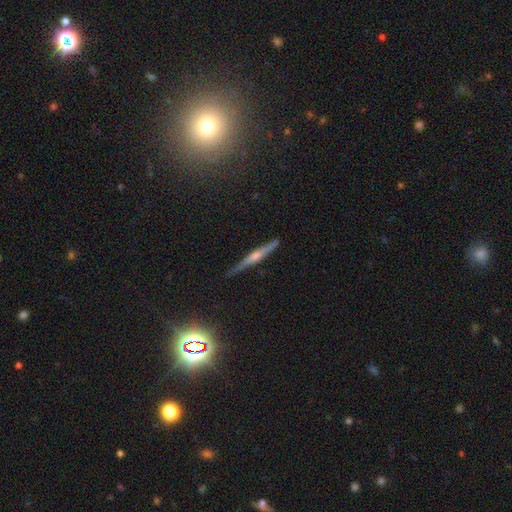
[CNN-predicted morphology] Smooth or featured: featured or disk — 69% (smooth — 16%)
Edge-on disk: yes — 95% (no — 5%)
Edge-on bulge: rounded — 82% (none — 11%)
Merging: none — 89% (minor disturbance — 7%)